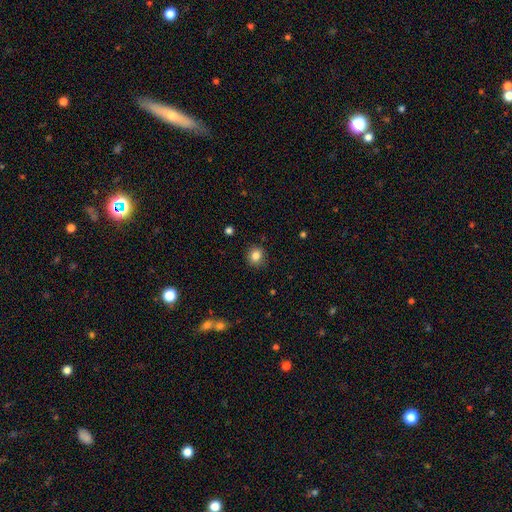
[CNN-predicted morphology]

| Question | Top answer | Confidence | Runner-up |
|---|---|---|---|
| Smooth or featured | smooth | 84% | star or artifact (10%) |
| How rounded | round | 78% | in between (21%) |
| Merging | none | 88% | minor disturbance (9%) |